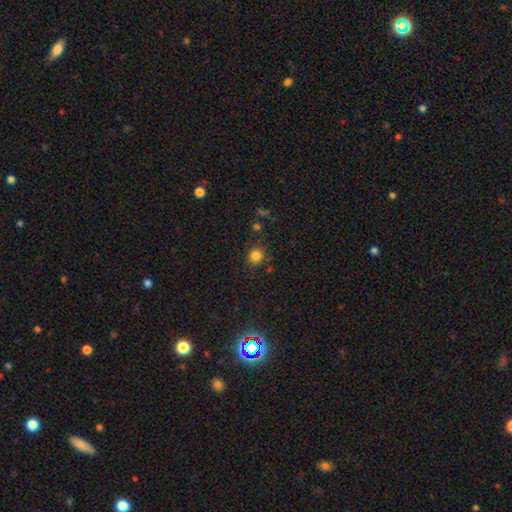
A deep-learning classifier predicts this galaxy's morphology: smooth 82%, star or artifact 13%, featured or disk 5%. Down the decision tree: how rounded — round (86%); merging — none (84%).